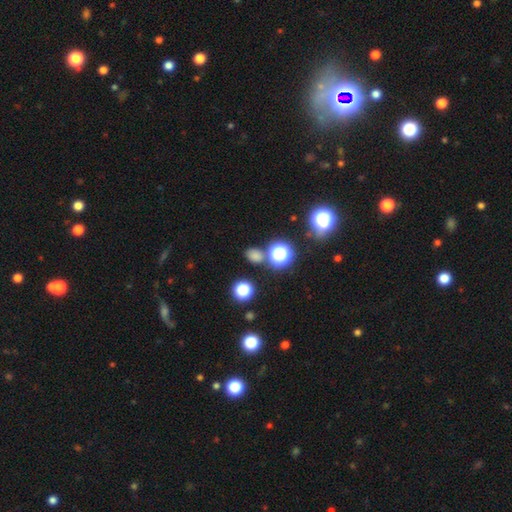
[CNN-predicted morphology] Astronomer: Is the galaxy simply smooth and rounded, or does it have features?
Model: smooth — 67%.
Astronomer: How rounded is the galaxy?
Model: round — 54% (runner-up: in between, 45%).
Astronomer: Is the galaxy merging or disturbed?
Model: none — 77%.